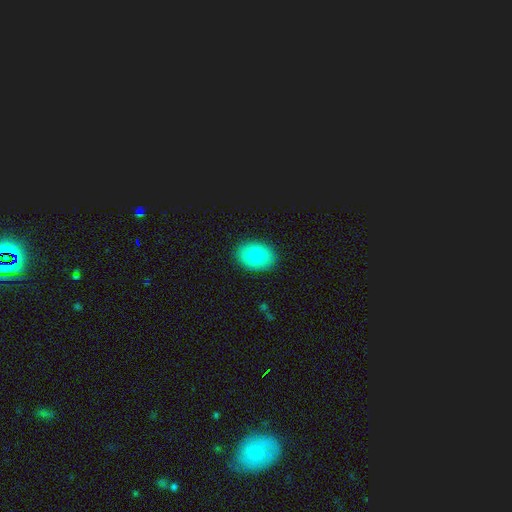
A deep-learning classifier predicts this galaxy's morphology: This appears to be a smooth galaxy with no disk features (81%) that is in between round and cigar-shaped (76%). Merging: none (90%).